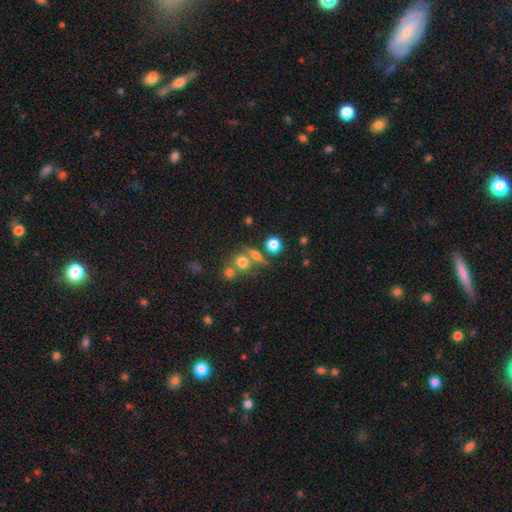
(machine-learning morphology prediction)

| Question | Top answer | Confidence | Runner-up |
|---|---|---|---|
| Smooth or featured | smooth | 62% | star or artifact (20%) |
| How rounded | round | 59% | in between (33%) |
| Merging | none | 50% | merger (32%) |